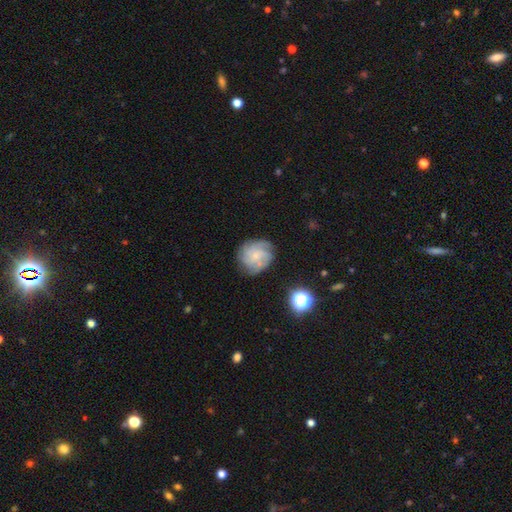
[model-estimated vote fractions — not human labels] Smooth or featured? Predicted: featured or disk (p=0.63). Edge-on disk? Predicted: no (p=0.98). Bar? Predicted: no (p=0.75). Spiral arms? Predicted: yes (p=0.91). Spiral winding? Predicted: tight (p=0.51). Spiral arm count? Predicted: can't tell (p=0.34). Bulge size? Predicted: small (p=0.61). Merging? Predicted: none (p=0.71).